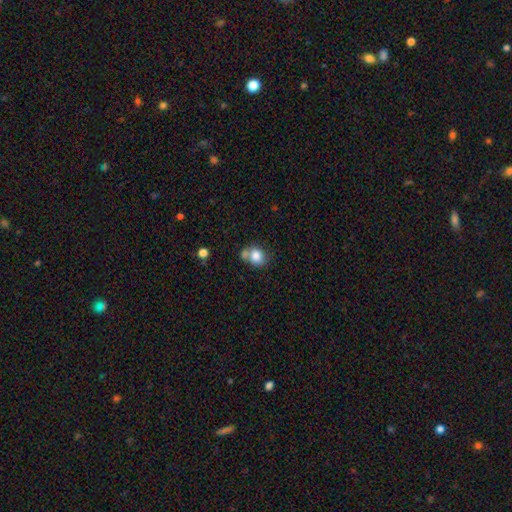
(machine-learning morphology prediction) This is clearly a smooth galaxy (80%). How rounded: likely round (64%). Merging: possibly none (46%).